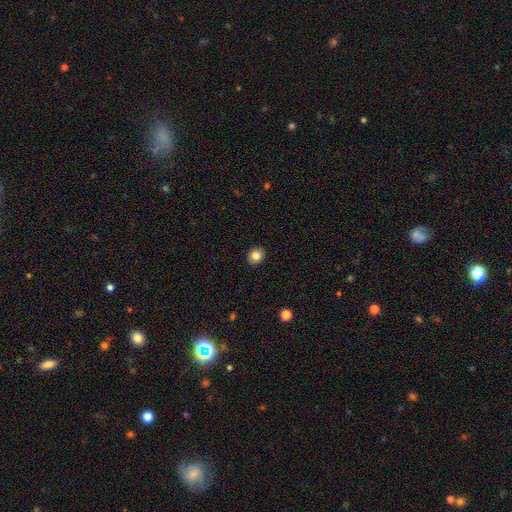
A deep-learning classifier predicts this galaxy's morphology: smooth-or-featured: smooth: 83% | star or artifact: 10% | featured or disk: 7%
  how-rounded: round: 78% | in between: 21% | cigar-shaped: 1%
  merging: none: 92% | minor disturbance: 6% | major disturbance: 2% | merger: 1%